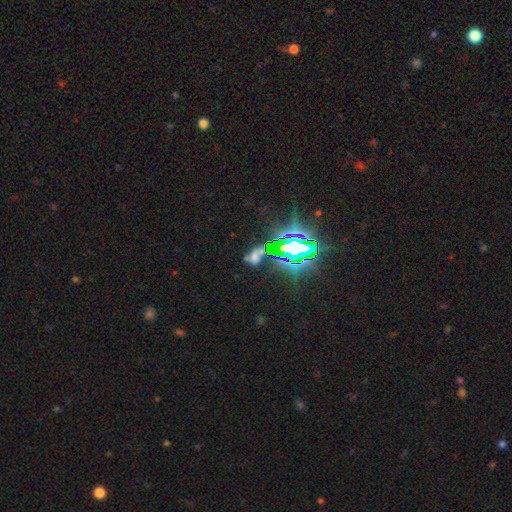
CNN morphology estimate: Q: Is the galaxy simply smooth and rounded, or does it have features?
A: star or artifact — 53%.